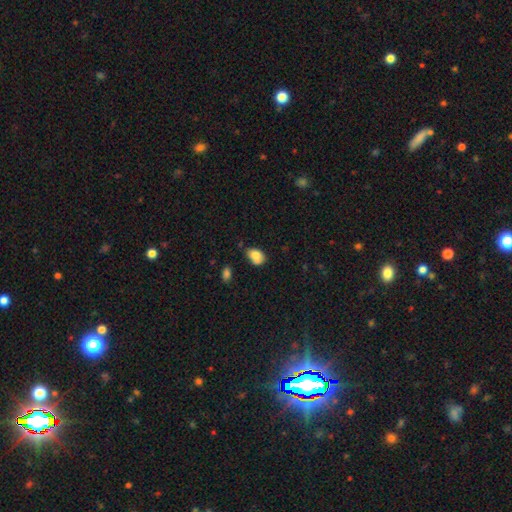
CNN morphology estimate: The model was most divided on "merging": none: 46%, minor disturbance: 30%, merger: 16%, major disturbance: 8%. More confident: how rounded — in between (79%); smooth or featured — smooth (78%).